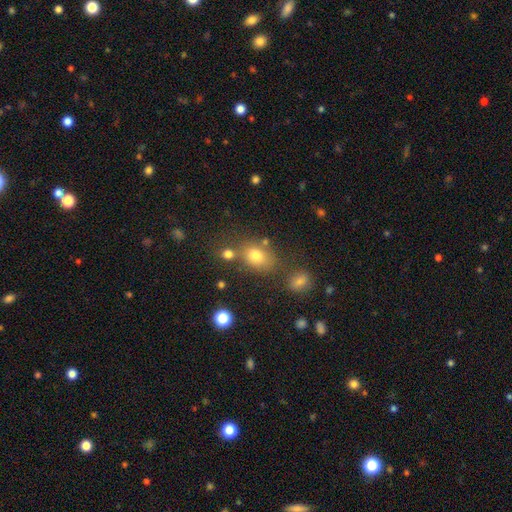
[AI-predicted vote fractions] Smooth or featured?
  - smooth: 74% *
  - star or artifact: 15%
  - featured or disk: 11%
How rounded?
  - in between: 59% *
  - round: 40%
  - cigar-shaped: 1%
Merging?
  - none: 65% *
  - merger: 15%
  - minor disturbance: 14%
  - major disturbance: 5%